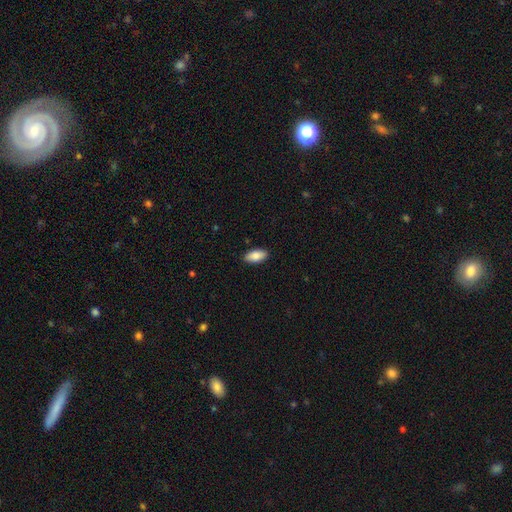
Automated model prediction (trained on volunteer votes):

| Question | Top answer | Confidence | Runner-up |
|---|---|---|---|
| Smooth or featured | smooth | 87% | featured or disk (7%) |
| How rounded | in between | 91% | cigar-shaped (7%) |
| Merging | none | 90% | minor disturbance (8%) |